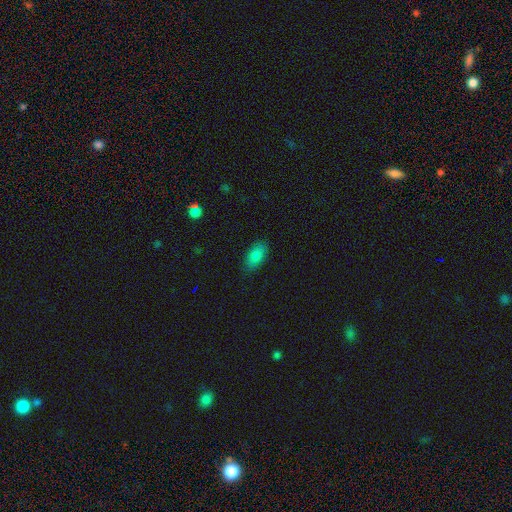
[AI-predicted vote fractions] smooth_or_featured: smooth (p=0.85) [alt: star or artifact p=0.08]
how_rounded: in between (p=0.91) [alt: cigar-shaped p=0.05]
merging: none (p=0.85) [alt: minor disturbance p=0.11]